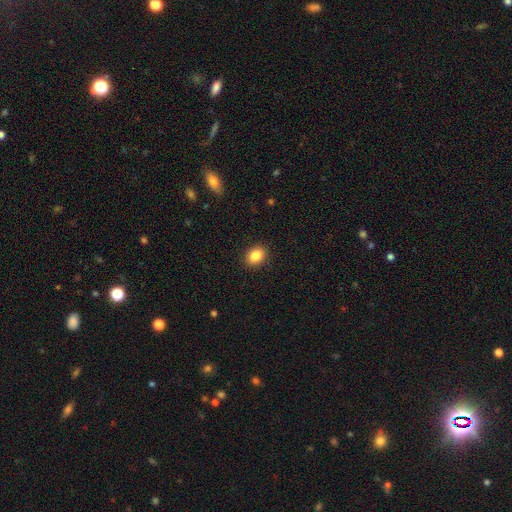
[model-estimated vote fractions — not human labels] A smooth galaxy with no disk features (86%) that is in between round and cigar-shaped (64%). Merging: none (90%).